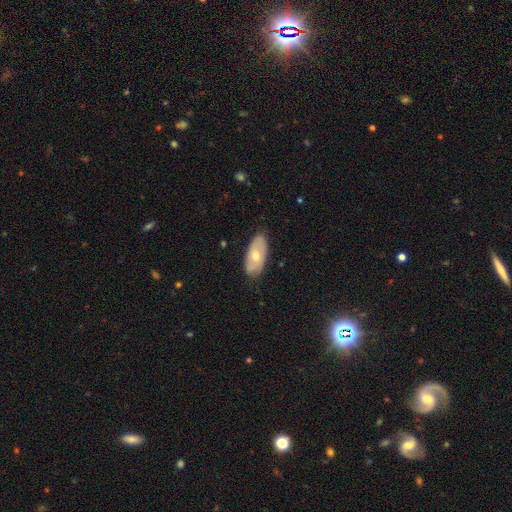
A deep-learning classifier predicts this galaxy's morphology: This appears to be a smooth galaxy with no disk features (50%) that is in between round and cigar-shaped (91%). Merging: none (82%).